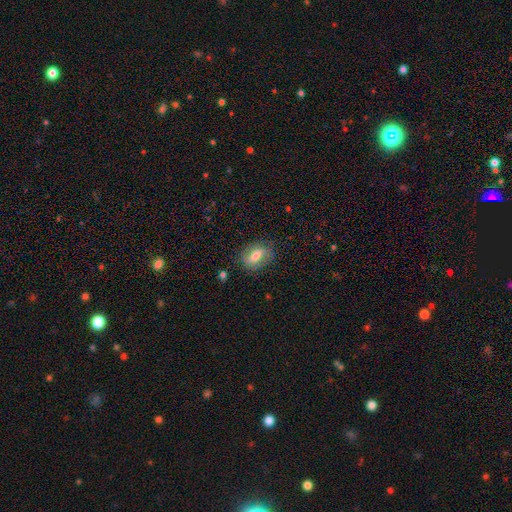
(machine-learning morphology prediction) A smooth galaxy with no disk features (54%) that is in between round and cigar-shaped (77%). Merging: none (76%).